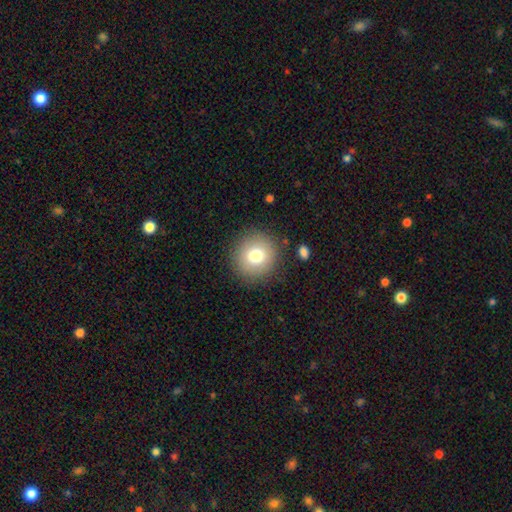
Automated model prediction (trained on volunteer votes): Morphology: type=smooth (76%); roundness=round (93%); merging=none (87%).